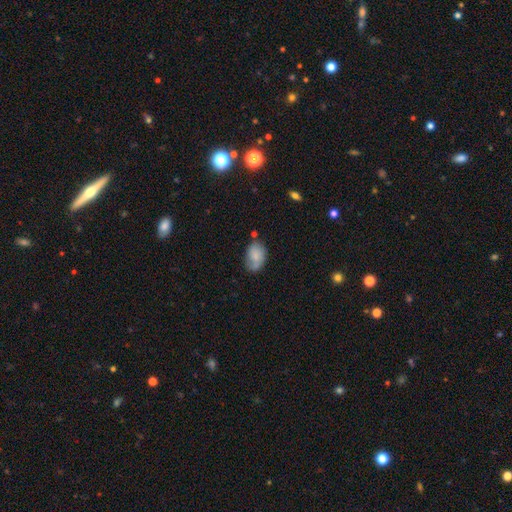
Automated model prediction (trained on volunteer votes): Smooth or featured: smooth — 78% (featured or disk — 15%)
How rounded: in between — 87% (round — 12%)
Merging: none — 55% (minor disturbance — 30%)